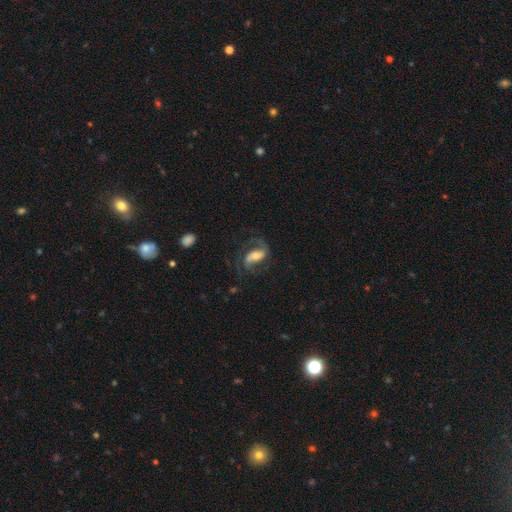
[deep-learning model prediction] featured or disk 81%, smooth 13%, star or artifact 6%. Down the decision tree: edge-on disk — no (96%); bar — weak (38%, tied with strong); spiral arms — yes (95%); spiral arm count — 2 (85%); spiral winding — medium (49%); bulge size — moderate (55%); merging — none (63%).